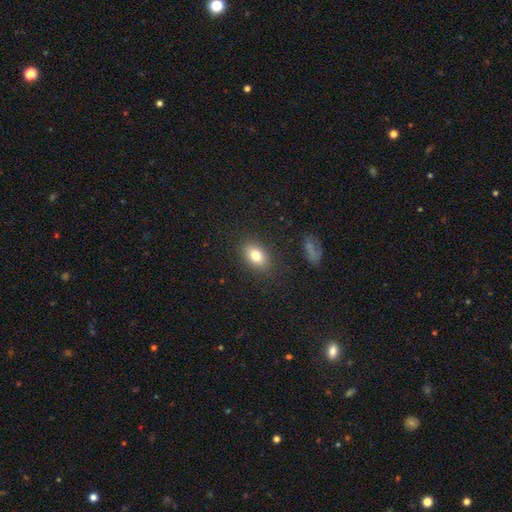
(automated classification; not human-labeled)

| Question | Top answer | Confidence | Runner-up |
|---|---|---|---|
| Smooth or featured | smooth | 79% | featured or disk (12%) |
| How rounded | in between | 82% | round (16%) |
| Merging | none | 85% | minor disturbance (10%) |